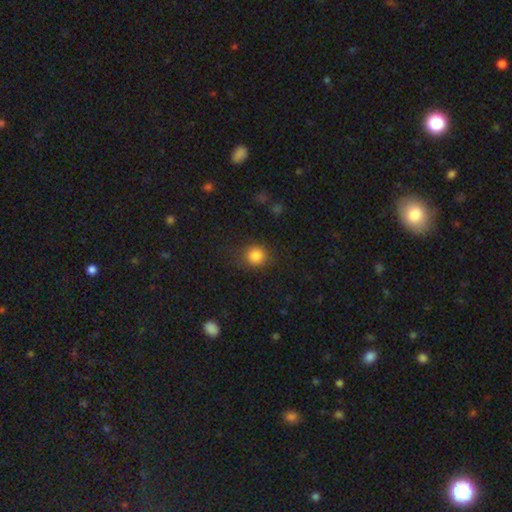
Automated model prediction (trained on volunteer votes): Smooth or featured? smooth (85%)
How rounded? round (86%)
Merging? none (80%)